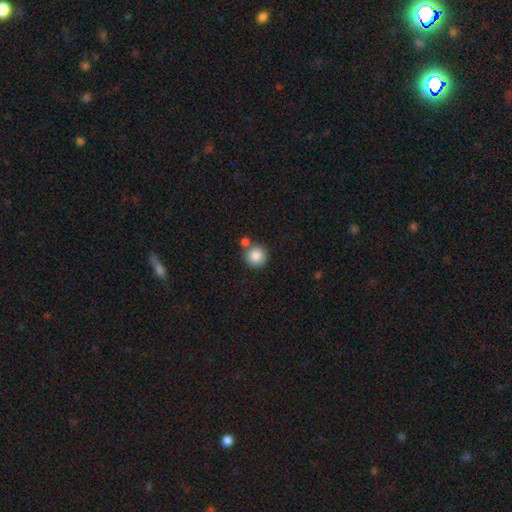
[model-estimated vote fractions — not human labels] Overall: smooth (86%). How rounded: round (93%). Merging: none (66%).